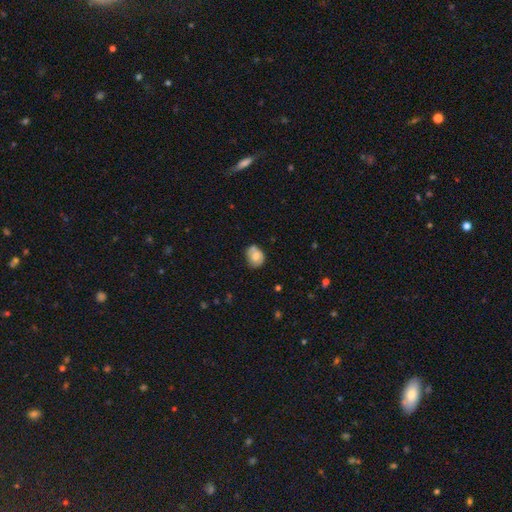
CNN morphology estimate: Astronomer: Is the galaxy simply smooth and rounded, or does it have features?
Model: smooth — 63%.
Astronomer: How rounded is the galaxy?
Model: round — 62%.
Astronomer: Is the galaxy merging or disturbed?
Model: none — 57%.